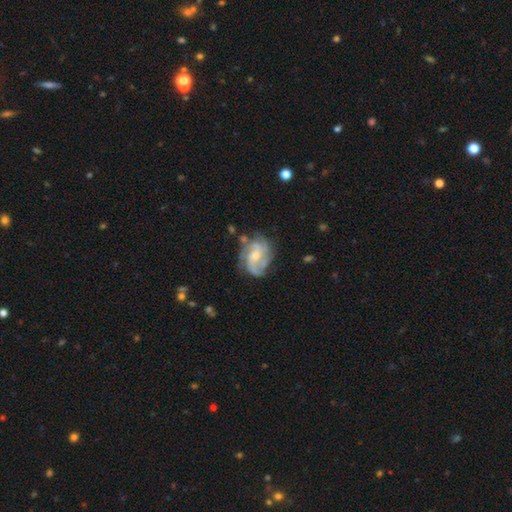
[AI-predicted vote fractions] smooth-or-featured: featured or disk: 84% | smooth: 10% | star or artifact: 6%
  disk-edge-on: no: 98% | yes: 2%
    bar: no: 61% | weak: 34% | strong: 5%
    has-spiral-arms: yes: 95% | no: 5%
      spiral-winding: medium: 44% | tight: 41% | loose: 15%
      spiral-arm-count: 3: 35% | 2: 22% | can't tell: 20% | 4: 14% | 1: 5% | more than 4: 5%
    bulge-size: moderate: 49% | small: 43% | none: 4% | large: 3% | dominant: 1%
  merging: none: 67% | minor disturbance: 21% | major disturbance: 10% | merger: 3%